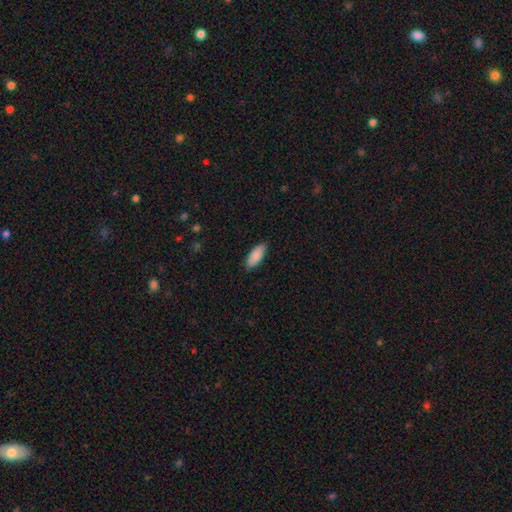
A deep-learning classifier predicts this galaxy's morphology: A smooth galaxy with no disk features (88%) that is in between round and cigar-shaped (82%). Merging: none (87%).